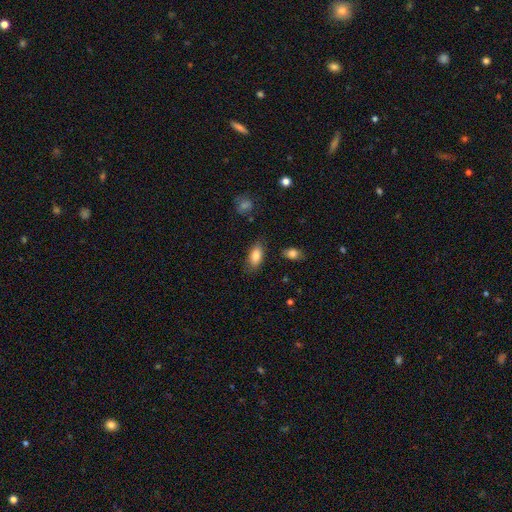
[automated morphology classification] smooth-or-featured: smooth: 84% | featured or disk: 9% | star or artifact: 7%
  how-rounded: in between: 91% | cigar-shaped: 6% | round: 3%
  merging: none: 81% | minor disturbance: 14% | major disturbance: 3% | merger: 2%